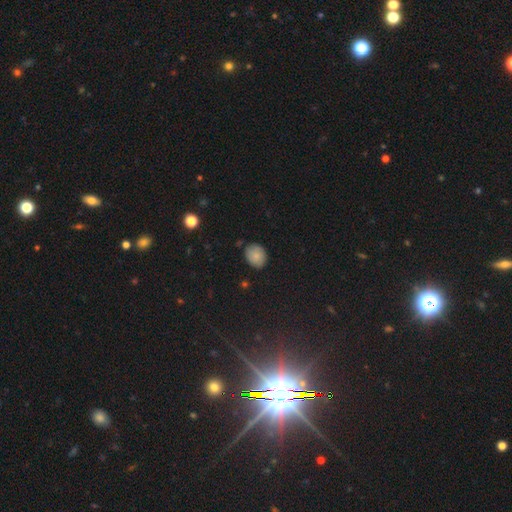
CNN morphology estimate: Smooth or featured? Predicted: smooth (p=0.80). How rounded? Predicted: round (p=0.52). Merging? Predicted: none (p=0.79).